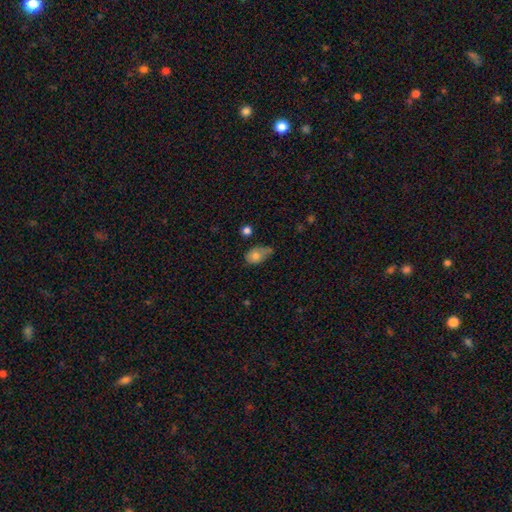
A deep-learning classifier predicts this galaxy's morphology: smooth-or-featured: smooth: 77% | featured or disk: 14% | star or artifact: 9%
  how-rounded: in between: 80% | round: 18% | cigar-shaped: 2%
  merging: minor disturbance: 42% | none: 33% | major disturbance: 17% | merger: 8%